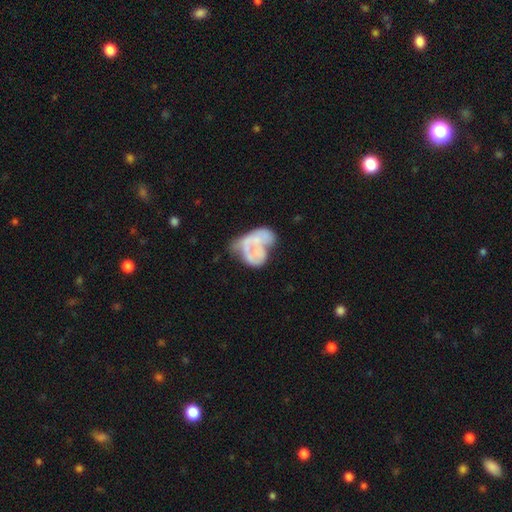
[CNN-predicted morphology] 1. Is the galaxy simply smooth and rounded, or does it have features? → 52% featured or disk, 39% smooth, 9% star or artifact.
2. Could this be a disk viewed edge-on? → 98% no, 2% yes.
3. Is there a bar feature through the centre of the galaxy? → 91% no, 7% weak, 2% strong.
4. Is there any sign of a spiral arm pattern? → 84% no, 16% yes.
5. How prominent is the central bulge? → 73% none, 13% small, 10% moderate, 3% large, 2% dominant.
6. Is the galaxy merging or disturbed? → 38% major disturbance, 29% merger, 17% none, 16% minor disturbance.